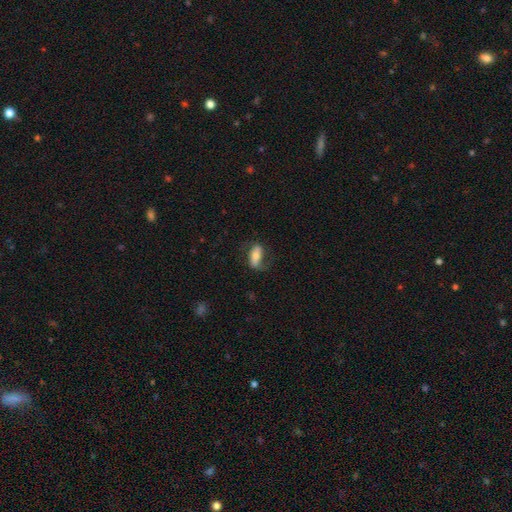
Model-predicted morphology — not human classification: A smooth galaxy with no disk features (51%) that is in between round and cigar-shaped (79%).

Vote fractions:
- Smooth or featured? smooth: 51% / featured or disk: 42% / star or artifact: 7%
- How rounded? in between: 79% / cigar-shaped: 17% / round: 4%
- Merging? none: 63% / minor disturbance: 22% / major disturbance: 14% / merger: 2%